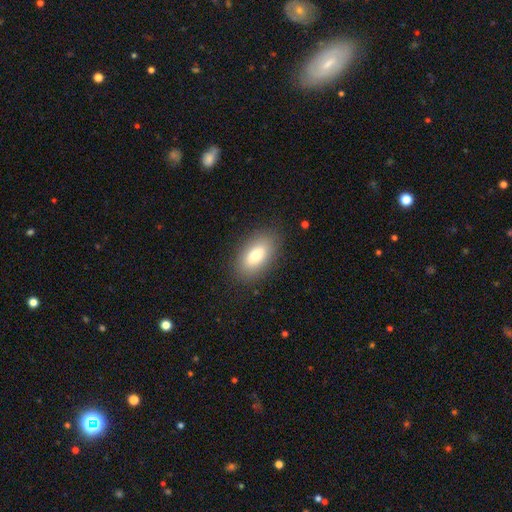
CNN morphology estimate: smooth_or_featured: smooth (p=0.79) [alt: featured or disk p=0.14]
how_rounded: in between (p=0.91) [alt: round p=0.05]
merging: none (p=0.86) [alt: minor disturbance p=0.10]